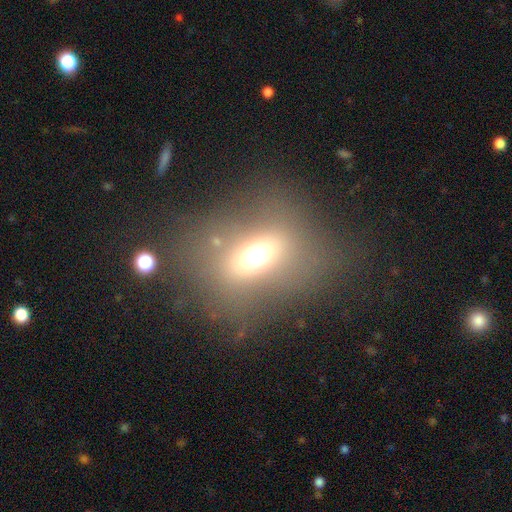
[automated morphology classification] Smooth or featured?
  - smooth: 60% *
  - star or artifact: 22%
  - featured or disk: 19%
How rounded?
  - in between: 56% *
  - round: 41%
  - cigar-shaped: 3%
Merging?
  - none: 68% *
  - minor disturbance: 14%
  - major disturbance: 13%
  - merger: 6%